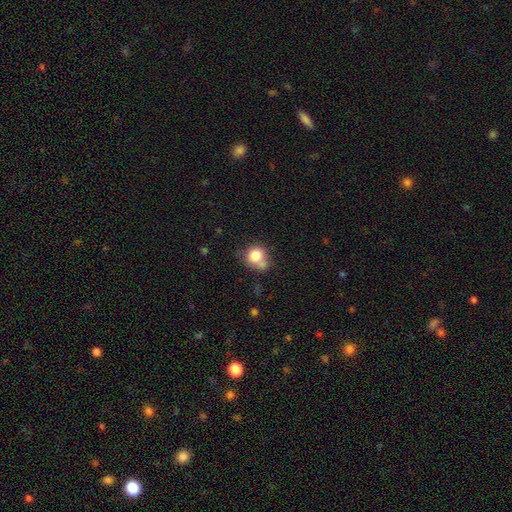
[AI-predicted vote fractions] This is likely a smooth galaxy (79%). How rounded: likely round (79%). Merging: possibly none (47%).